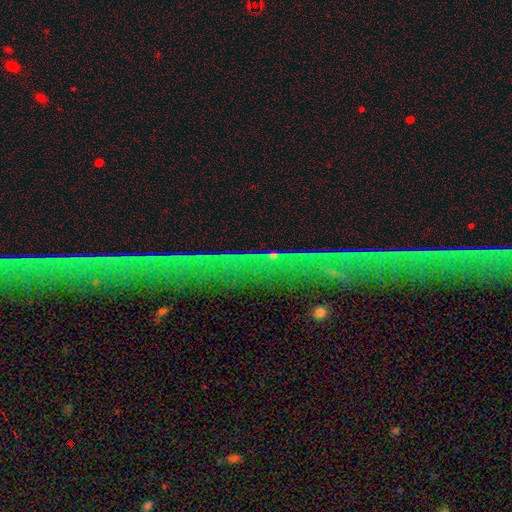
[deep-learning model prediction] Smooth or featured?
  - star or artifact: 84% *
  - featured or disk: 10%
  - smooth: 6%